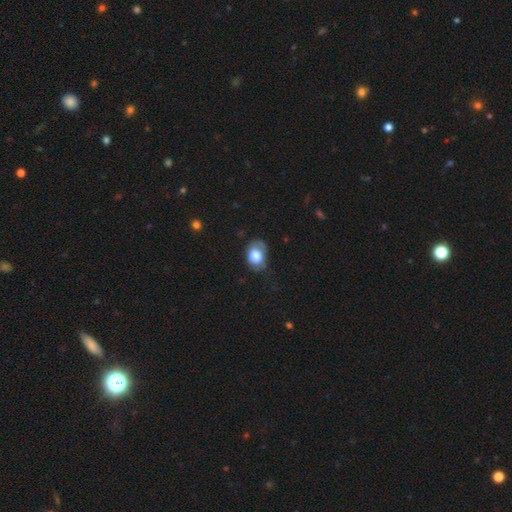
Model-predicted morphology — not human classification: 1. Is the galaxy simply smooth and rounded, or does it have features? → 71% smooth, 21% featured or disk, 8% star or artifact.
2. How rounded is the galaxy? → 70% in between, 29% round, 1% cigar-shaped.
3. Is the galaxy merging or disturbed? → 55% none, 31% minor disturbance, 13% major disturbance, 2% merger.